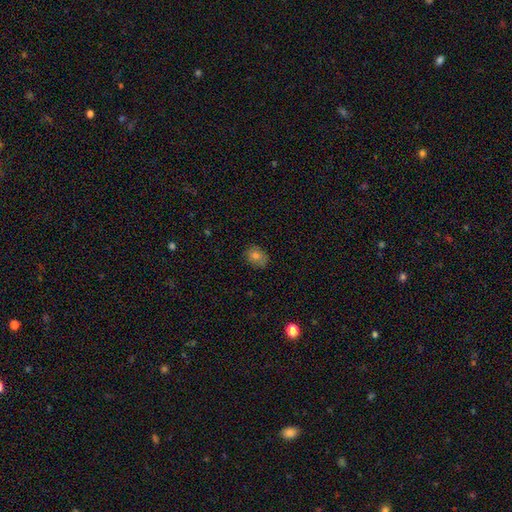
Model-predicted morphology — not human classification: This appears to be a smooth galaxy with no disk features (75%) that is in between round and cigar-shaped (55%). Merging: none (79%).